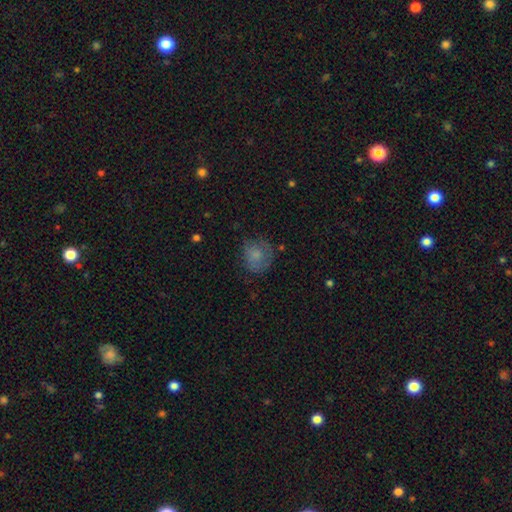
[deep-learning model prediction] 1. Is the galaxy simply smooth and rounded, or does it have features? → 73% smooth, 17% featured or disk, 9% star or artifact.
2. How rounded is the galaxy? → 82% round, 17% in between, 1% cigar-shaped.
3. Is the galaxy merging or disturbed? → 64% none, 24% minor disturbance, 10% major disturbance, 2% merger.